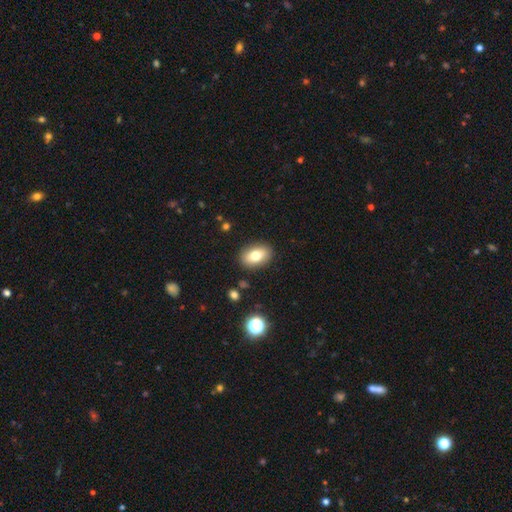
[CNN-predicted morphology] Smooth or featured? smooth (76%)
How rounded? in between (86%)
Merging? none (88%)